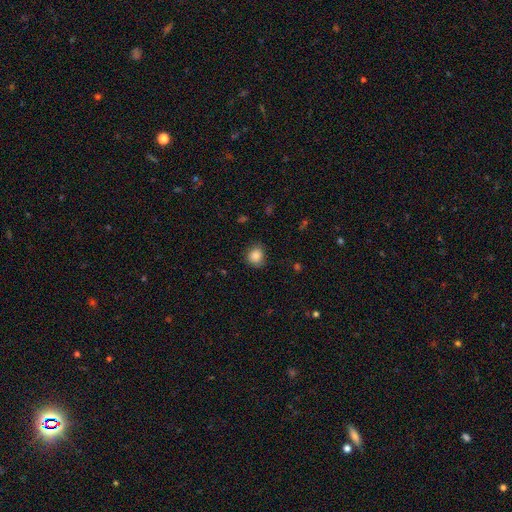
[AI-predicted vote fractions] Smooth or featured: smooth — 85% (star or artifact — 10%)
How rounded: round — 80% (in between — 19%)
Merging: none — 79% (minor disturbance — 16%)